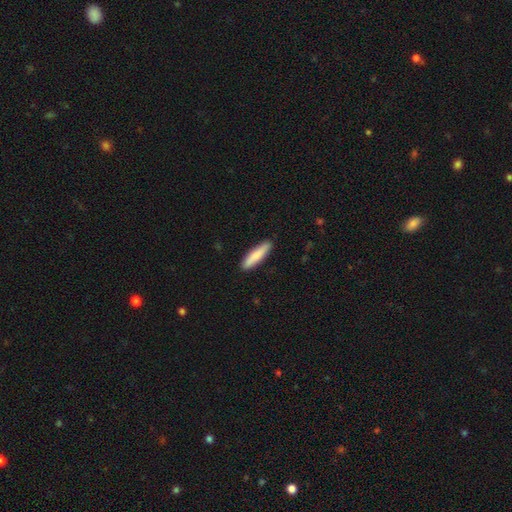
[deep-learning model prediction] A smooth galaxy with no disk features (80%) that is cigar-shaped (80%). Merging: none (90%).